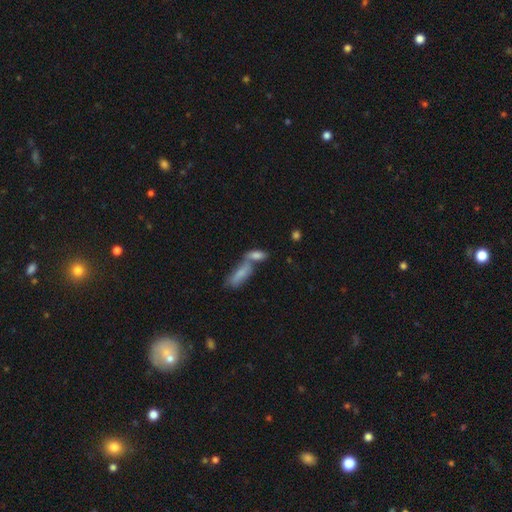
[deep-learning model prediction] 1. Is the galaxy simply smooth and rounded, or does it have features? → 76% smooth, 15% featured or disk, 9% star or artifact.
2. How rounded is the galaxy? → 70% in between, 26% cigar-shaped, 3% round.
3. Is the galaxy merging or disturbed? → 57% merger, 31% none, 8% minor disturbance, 4% major disturbance.